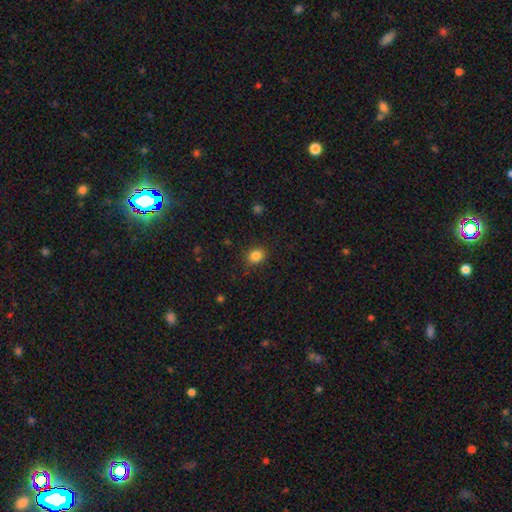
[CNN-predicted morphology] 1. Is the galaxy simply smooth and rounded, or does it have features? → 85% smooth, 11% star or artifact, 4% featured or disk.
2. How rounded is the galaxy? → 59% round, 40% in between, 1% cigar-shaped.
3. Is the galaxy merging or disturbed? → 86% none, 10% minor disturbance, 3% major disturbance, 1% merger.